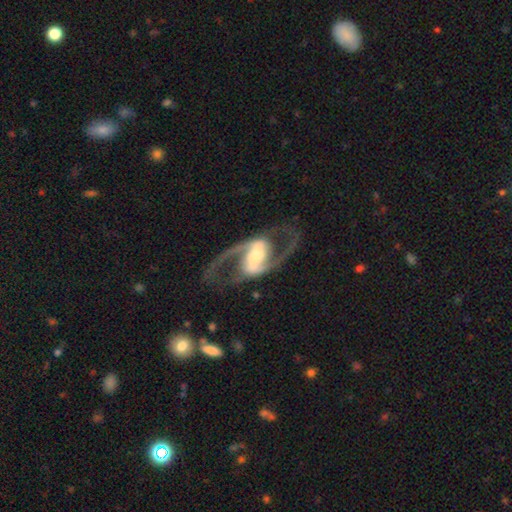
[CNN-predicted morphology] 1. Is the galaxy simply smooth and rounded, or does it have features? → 92% featured or disk, 4% star or artifact, 4% smooth.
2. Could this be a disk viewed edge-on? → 97% no, 3% yes.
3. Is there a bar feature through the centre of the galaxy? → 57% strong, 32% weak, 12% no.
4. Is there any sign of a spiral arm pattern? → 97% yes, 3% no.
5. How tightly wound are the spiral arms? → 58% medium, 31% loose, 11% tight.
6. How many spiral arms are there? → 94% 2, 2% can't tell, 1% 1, 1% 3, 1% 4, 1% more than 4.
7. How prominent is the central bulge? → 49% moderate, 32% small, 14% large, 3% none, 2% dominant.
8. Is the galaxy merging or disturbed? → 80% none, 11% minor disturbance, 8% major disturbance, 2% merger.